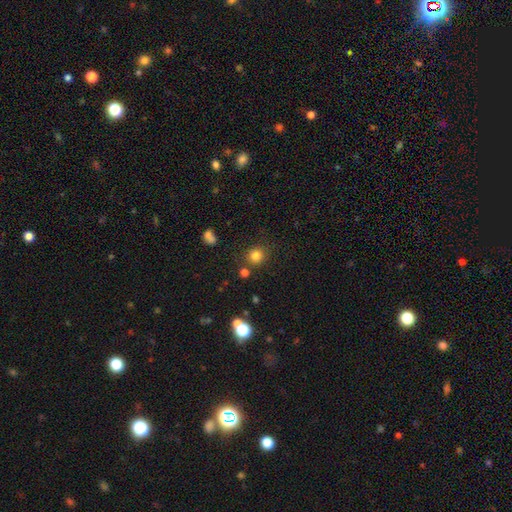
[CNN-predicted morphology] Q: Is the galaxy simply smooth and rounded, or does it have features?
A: smooth — 79%.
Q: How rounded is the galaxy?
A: round — 87%.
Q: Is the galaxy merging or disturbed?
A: none — 81%.